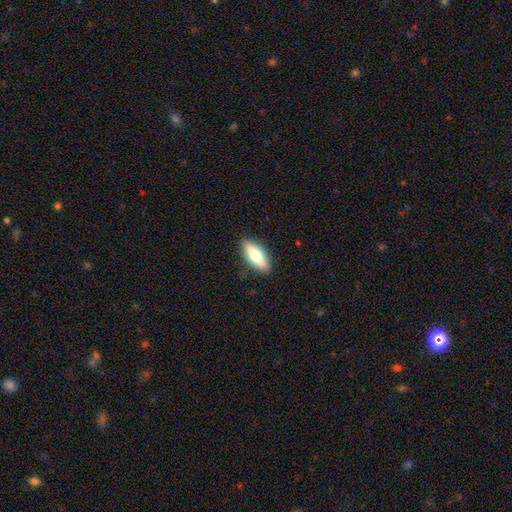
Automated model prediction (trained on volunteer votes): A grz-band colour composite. It shows a smooth galaxy with no disk features (67%) that is in between round and cigar-shaped (67%). Merging: none (88%).